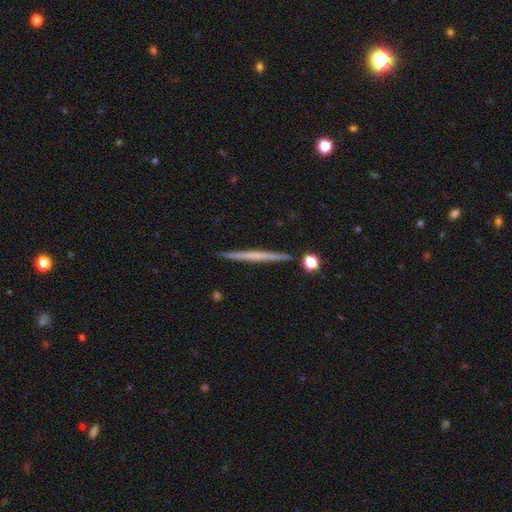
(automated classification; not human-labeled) A featured or disk galaxy (56%) viewed edge-on (98%) with no central bulge (85%). Merging: none (92%).